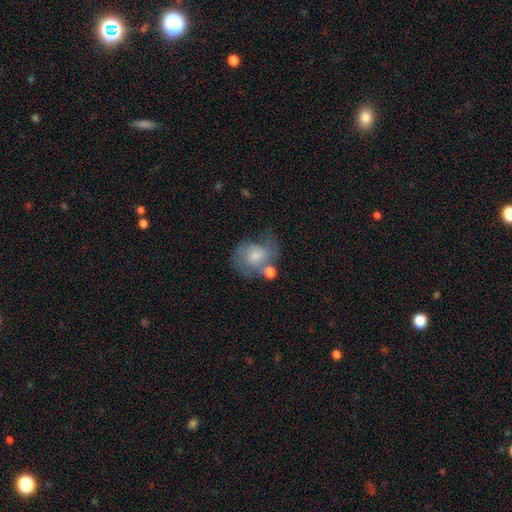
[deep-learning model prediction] The model was most divided on "smooth or featured": smooth: 50%, featured or disk: 41%, star or artifact: 9%. Remaining: how rounded — round (62%); merging — none (38%).